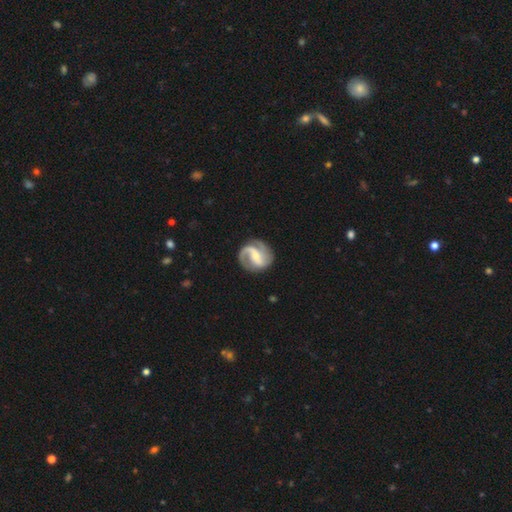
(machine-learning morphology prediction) The model was most divided on "bulge size": small: 48%, moderate: 42%, none: 5%, large: 4%, dominant: 1%. Remaining: edge-on disk — no (98%); spiral arms — yes (97%); smooth or featured — featured or disk (87%); spiral arm count — 2 (85%); merging — none (78%); spiral winding — medium (50%); bar — weak (44%).